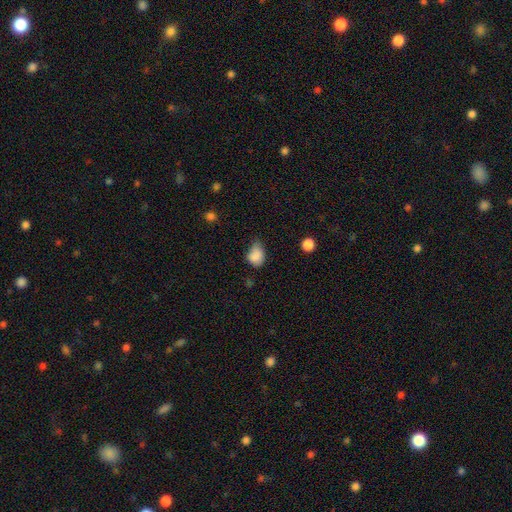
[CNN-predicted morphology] Smooth or featured?
  - smooth: 84% *
  - star or artifact: 10%
  - featured or disk: 6%
How rounded?
  - in between: 65% *
  - round: 33%
  - cigar-shaped: 1%
Merging?
  - minor disturbance: 48% *
  - none: 35%
  - major disturbance: 14%
  - merger: 3%